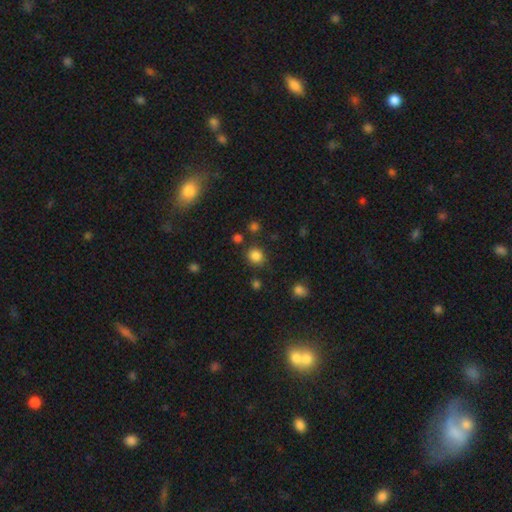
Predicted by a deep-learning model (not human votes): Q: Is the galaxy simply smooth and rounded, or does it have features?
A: smooth — 83%.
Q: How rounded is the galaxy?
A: round — 79%.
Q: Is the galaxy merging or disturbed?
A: none — 81%.